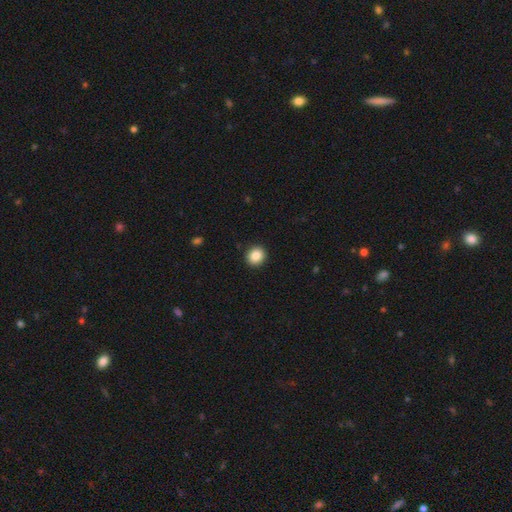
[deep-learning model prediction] smooth_or_featured: smooth (p=0.86) [alt: star or artifact p=0.09]
how_rounded: round (p=0.86) [alt: in between p=0.13]
merging: none (p=0.92) [alt: minor disturbance p=0.05]